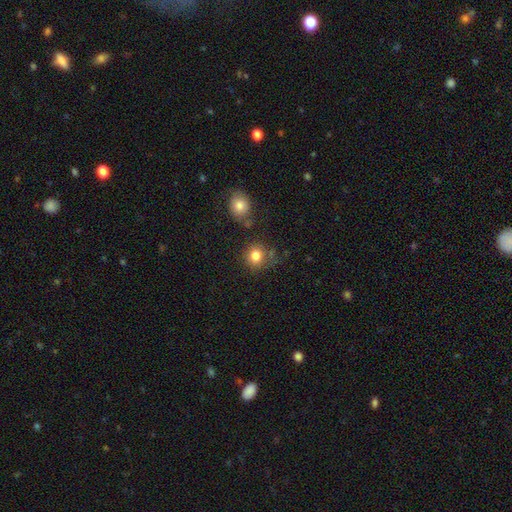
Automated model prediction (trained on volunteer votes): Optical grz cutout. It shows a smooth galaxy with no disk features (82%) that is round (81%). Merging: none (72%).